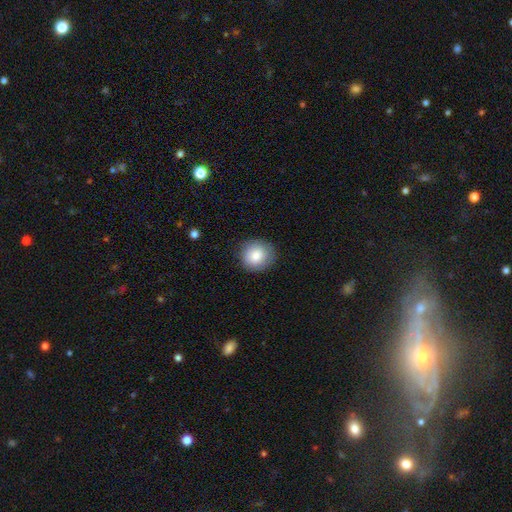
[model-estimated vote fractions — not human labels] Smooth or featured?
  - smooth: 82% *
  - featured or disk: 11%
  - star or artifact: 8%
How rounded?
  - round: 86% *
  - in between: 13%
  - cigar-shaped: 1%
Merging?
  - none: 86% *
  - minor disturbance: 10%
  - major disturbance: 3%
  - merger: 1%